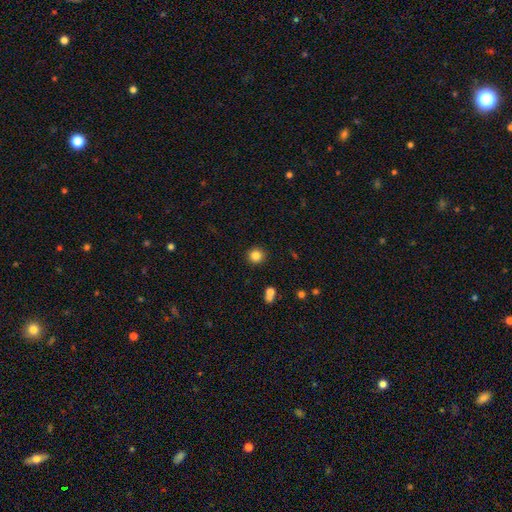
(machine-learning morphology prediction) A smooth galaxy with no disk features (84%) that is round (94%). Merging: none (91%).